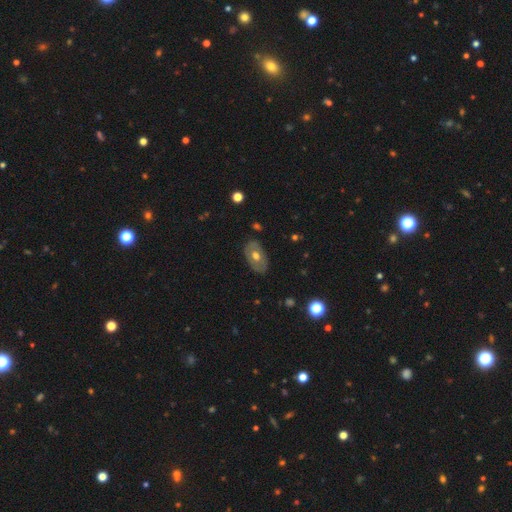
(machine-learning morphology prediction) This appears to be a featured or disk galaxy (49%). Merging: none (80%).